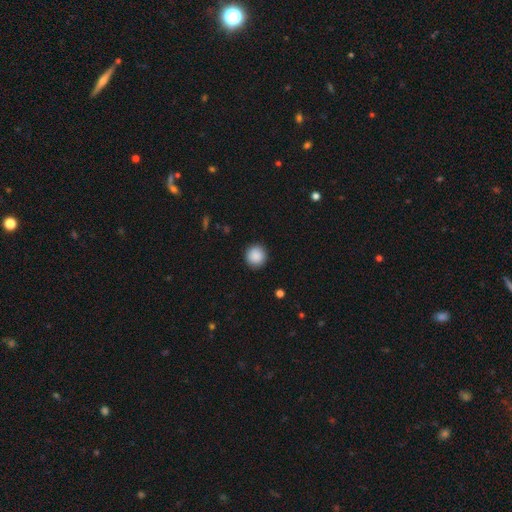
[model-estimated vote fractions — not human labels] The model was most divided on "smooth or featured": smooth: 89%, star or artifact: 8%, featured or disk: 3%. More confident: how rounded — round (95%); merging — none (92%).